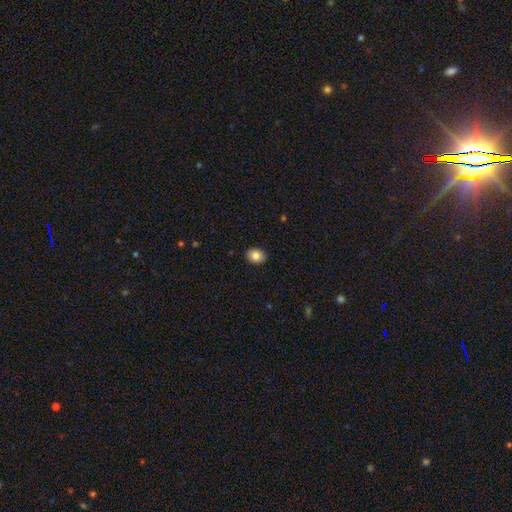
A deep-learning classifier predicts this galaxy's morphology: smooth_or_featured: smooth (p=0.84) [alt: star or artifact p=0.08]
how_rounded: in between (p=0.57) [alt: round p=0.42]
merging: none (p=0.89) [alt: minor disturbance p=0.08]